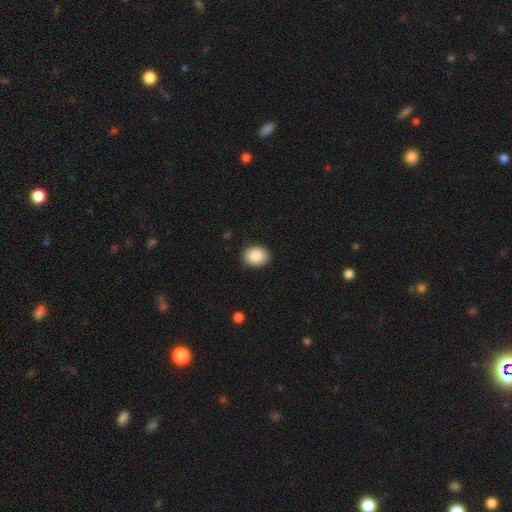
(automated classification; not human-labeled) Q: Smooth or featured?
A: smooth (87%); runner-up: star or artifact (7%)
Q: How rounded?
A: round (54%); runner-up: in between (45%)
Q: Merging?
A: none (90%); runner-up: minor disturbance (7%)